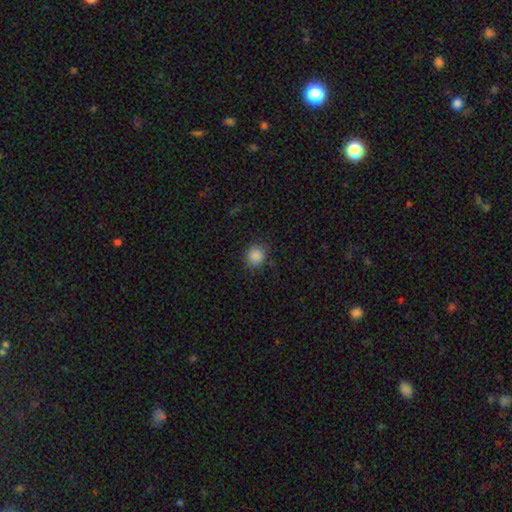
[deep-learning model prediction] The model was most divided on "how rounded": round: 81%, in between: 18%, cigar-shaped: 1%. More confident: smooth or featured — smooth (87%); merging — none (84%).